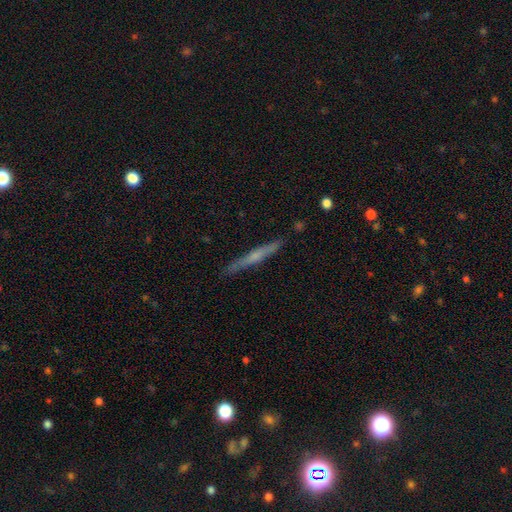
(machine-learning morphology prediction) Smooth or featured? Predicted: featured or disk (p=0.55). Edge-on disk? Predicted: yes (p=0.96). Edge-on bulge? Predicted: none (p=0.50). Merging? Predicted: none (p=0.89).